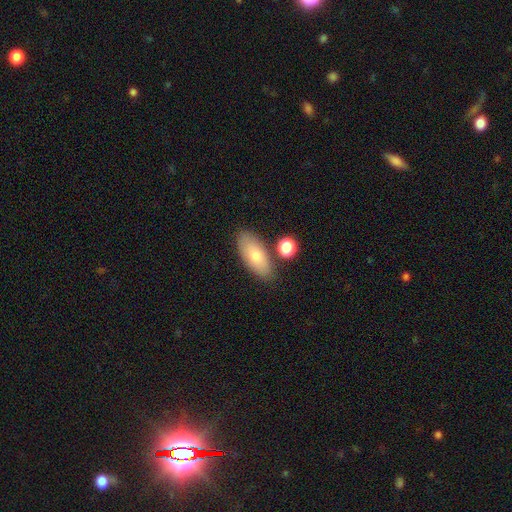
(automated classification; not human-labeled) This appears to be a smooth galaxy with no disk features (77%) that is in between round and cigar-shaped (88%). Merging: none (77%).